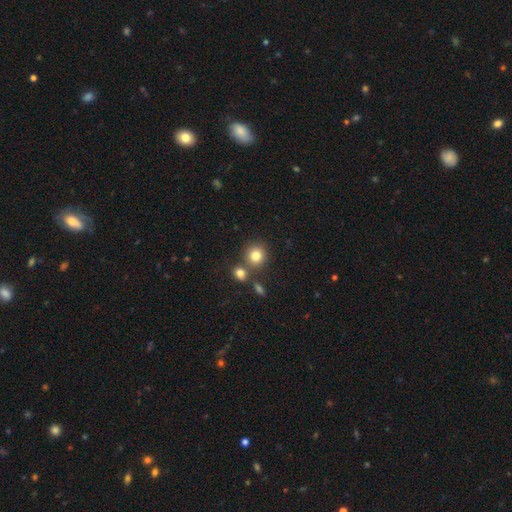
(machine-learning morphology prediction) A smooth galaxy with no disk features (81%) that is round (86%).

Vote fractions:
- Smooth or featured? smooth: 81% / star or artifact: 11% / featured or disk: 8%
- How rounded? round: 86% / in between: 13% / cigar-shaped: 1%
- Merging? none: 69% / merger: 19% / minor disturbance: 9% / major disturbance: 3%